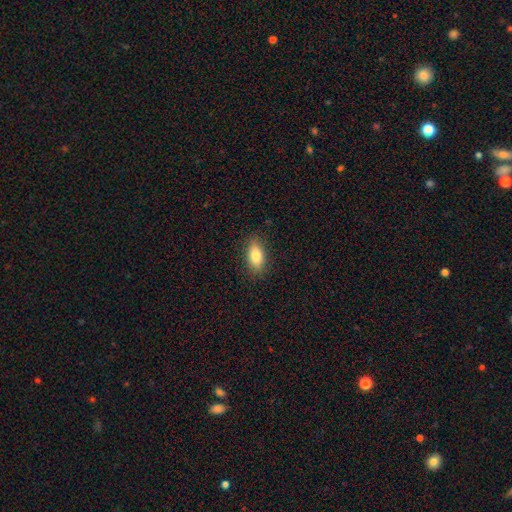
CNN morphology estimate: smooth 82%, featured or disk 10%, star or artifact 8%. Down the decision tree: how rounded — in between (87%); merging — none (87%).